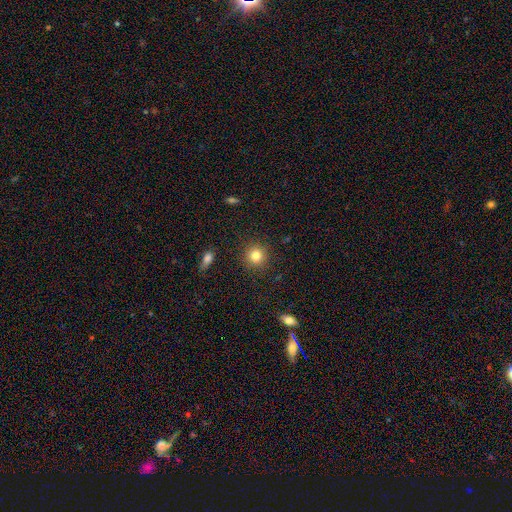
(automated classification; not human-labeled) Q: Smooth or featured?
A: smooth (81%); runner-up: star or artifact (12%)
Q: How rounded?
A: round (93%); runner-up: in between (6%)
Q: Merging?
A: none (90%); runner-up: minor disturbance (6%)